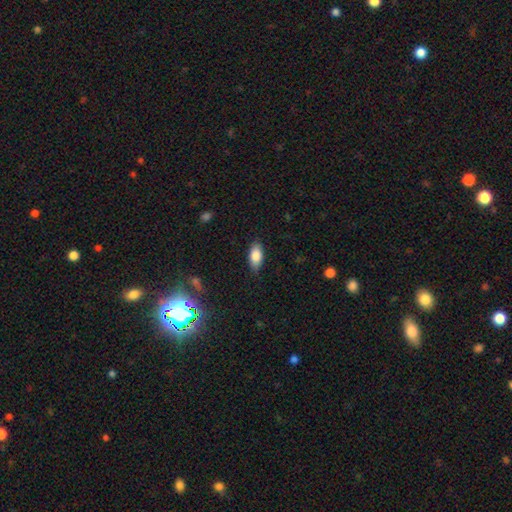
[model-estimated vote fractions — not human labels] Overall: smooth (84%). How rounded: in between (89%). Merging: none (85%).